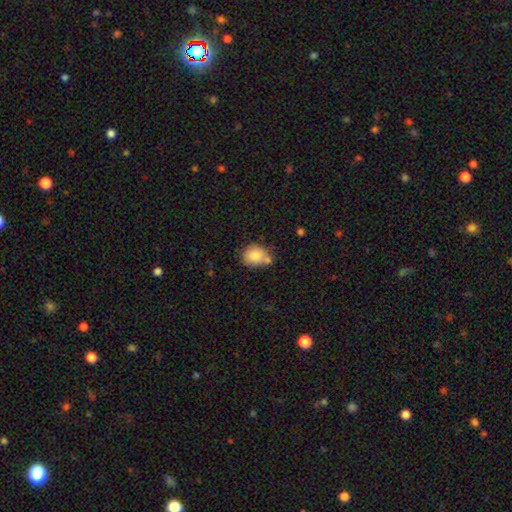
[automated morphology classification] Smooth or featured?
  - smooth: 81% *
  - featured or disk: 10%
  - star or artifact: 8%
How rounded?
  - round: 59% *
  - in between: 40%
  - cigar-shaped: 1%
Merging?
  - none: 50% *
  - merger: 24%
  - minor disturbance: 21%
  - major disturbance: 5%